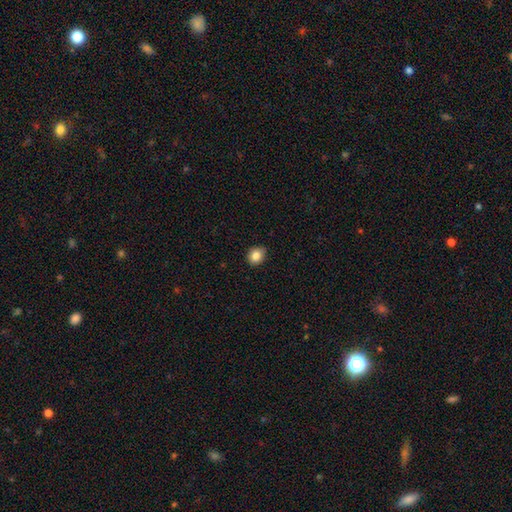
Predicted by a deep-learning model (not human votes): Overall: smooth (84%). How rounded: round (67%; in between 32%). Merging: none (84%).